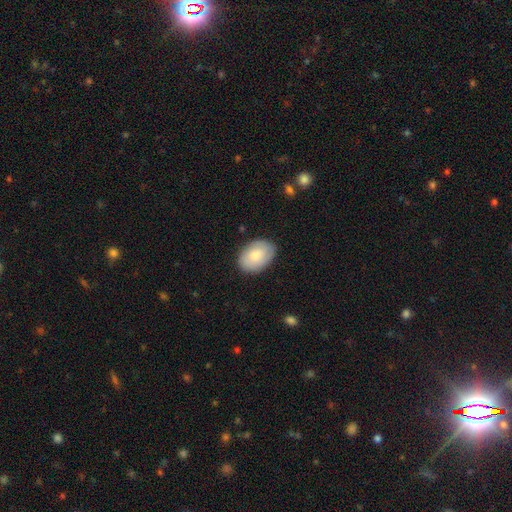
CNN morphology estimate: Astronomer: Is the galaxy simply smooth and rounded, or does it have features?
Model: smooth — 81%.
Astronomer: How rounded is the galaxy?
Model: in between — 83%.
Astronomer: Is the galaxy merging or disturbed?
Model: none — 85%.